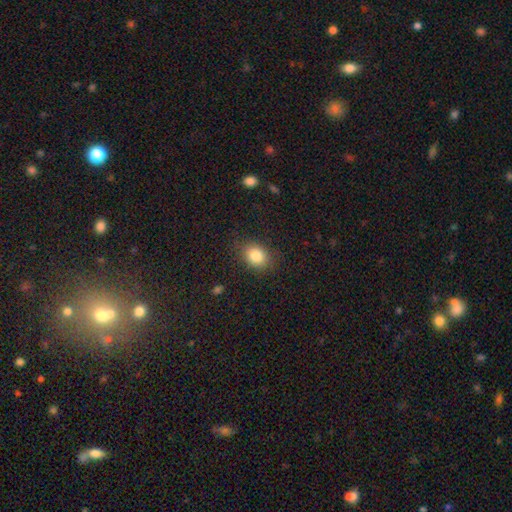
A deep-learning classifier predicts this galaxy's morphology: The model was most divided on "how rounded": in between: 54%, round: 45%, cigar-shaped: 1%. More confident: smooth or featured — smooth (84%); merging — none (84%).